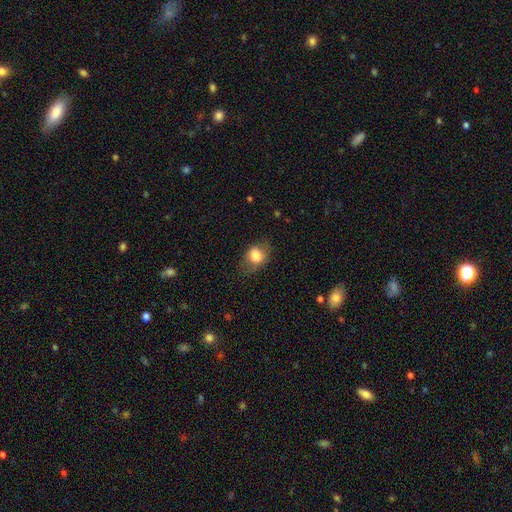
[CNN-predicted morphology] smooth_or_featured: smooth (p=0.78) [alt: featured or disk p=0.14]
how_rounded: in between (p=0.63) [alt: round p=0.36]
merging: none (p=0.63) [alt: minor disturbance p=0.24]